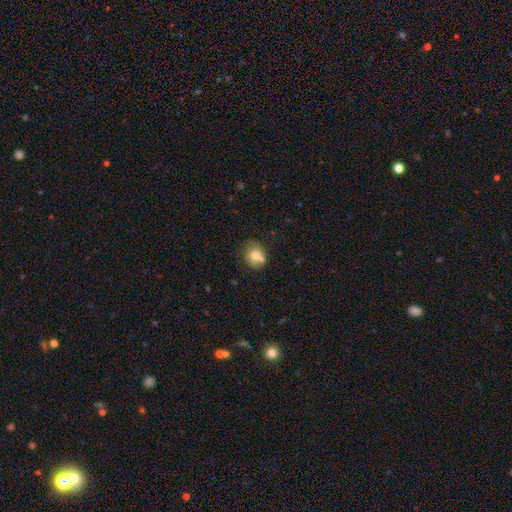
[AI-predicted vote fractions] A smooth galaxy with no disk features (72%) that is round (65%). Merging: none (57%).